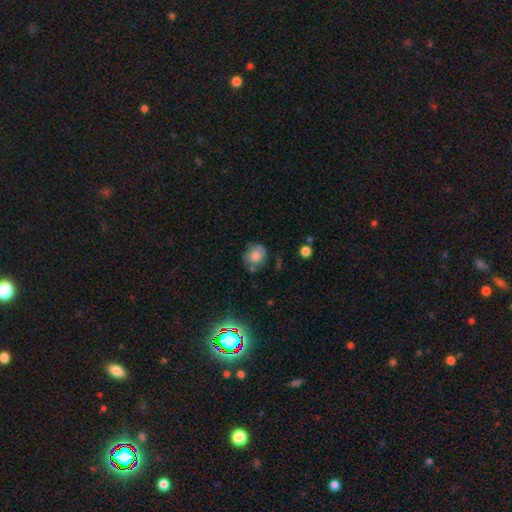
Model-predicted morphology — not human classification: Smooth or featured? Predicted: smooth (p=0.70). How rounded? Predicted: round (p=0.75). Merging? Predicted: none (p=0.62).